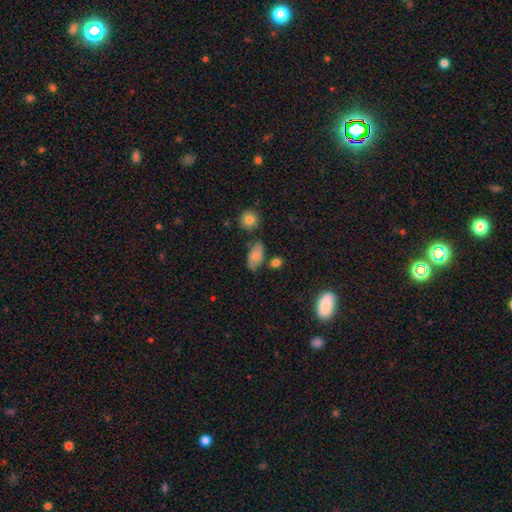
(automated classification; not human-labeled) smooth 77%, featured or disk 15%, star or artifact 8%. Down the decision tree: how rounded — in between (91%); merging — none (68%).